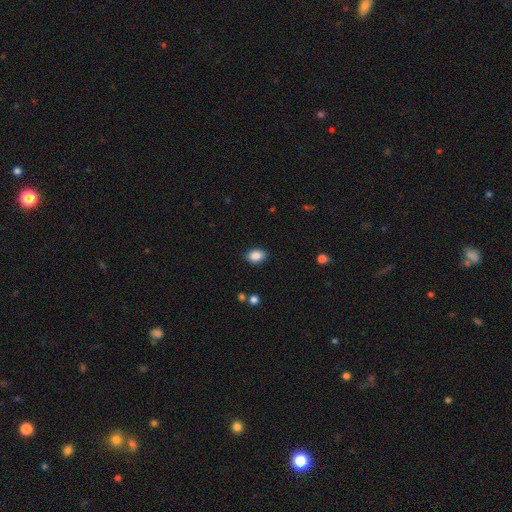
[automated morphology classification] smooth 88%, star or artifact 8%, featured or disk 4%. Down the decision tree: how rounded — in between (77%); merging — none (86%).